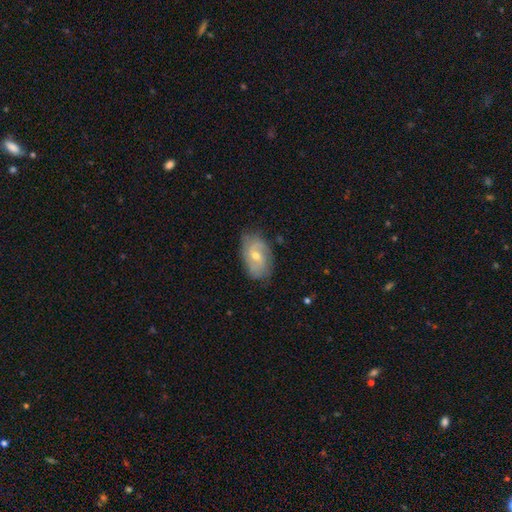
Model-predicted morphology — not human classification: Smooth or featured? featured or disk (69%)
Edge-on disk? no (95%)
Bar? no (48%)
Spiral arms? yes (87%)
Spiral winding? medium (40%)
Spiral arm count? 2 (54%)
Bulge size? moderate (55%)
Merging? none (74%)